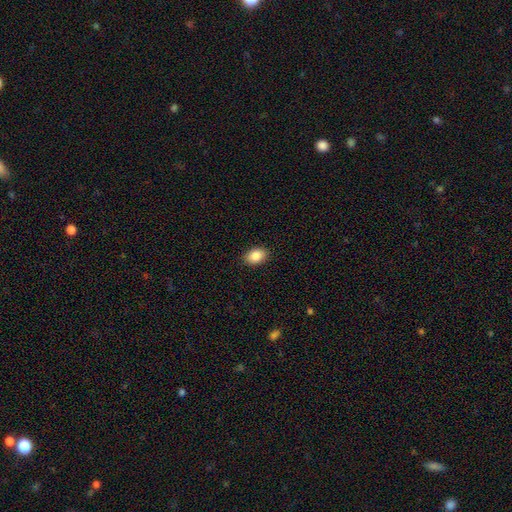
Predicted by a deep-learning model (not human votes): Smooth or featured: smooth — 87% (star or artifact — 8%)
How rounded: in between — 82% (round — 16%)
Merging: none — 90% (minor disturbance — 8%)